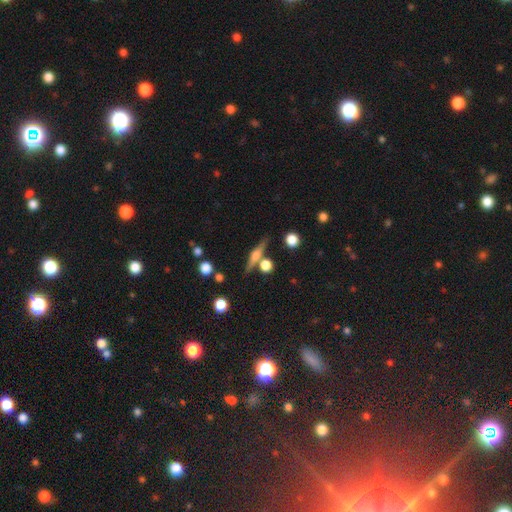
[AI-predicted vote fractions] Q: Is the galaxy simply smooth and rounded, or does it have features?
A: featured or disk — 63%.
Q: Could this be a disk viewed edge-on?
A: yes — 95%.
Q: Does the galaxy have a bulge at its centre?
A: rounded — 81%.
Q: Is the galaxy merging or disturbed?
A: none — 77%.